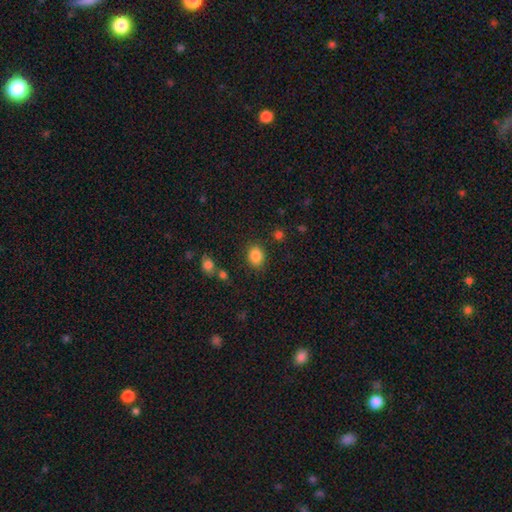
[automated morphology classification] Q: Smooth or featured?
A: smooth (85%); runner-up: star or artifact (10%)
Q: How rounded?
A: in between (54%); runner-up: round (45%)
Q: Merging?
A: none (84%); runner-up: minor disturbance (10%)